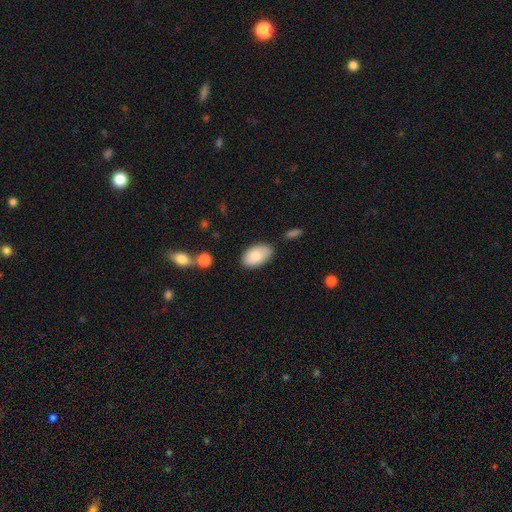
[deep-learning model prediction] Smooth or featured?
  - smooth: 85% *
  - featured or disk: 9%
  - star or artifact: 6%
How rounded?
  - in between: 94% *
  - round: 4%
  - cigar-shaped: 1%
Merging?
  - none: 74% *
  - minor disturbance: 18%
  - merger: 4%
  - major disturbance: 4%